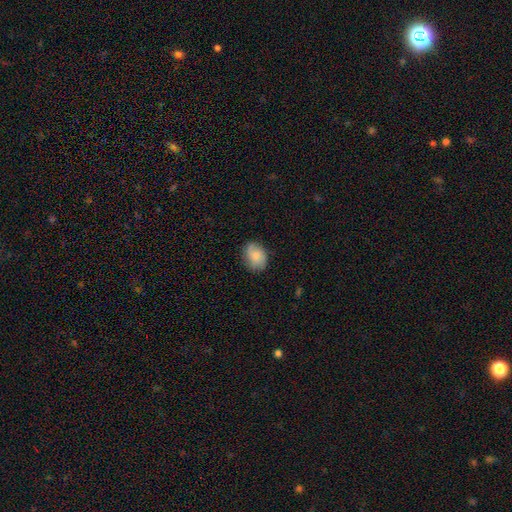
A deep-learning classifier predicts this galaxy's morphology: Smooth or featured? Predicted: smooth (p=0.68). How rounded? Predicted: in between (p=0.68). Merging? Predicted: none (p=0.76).